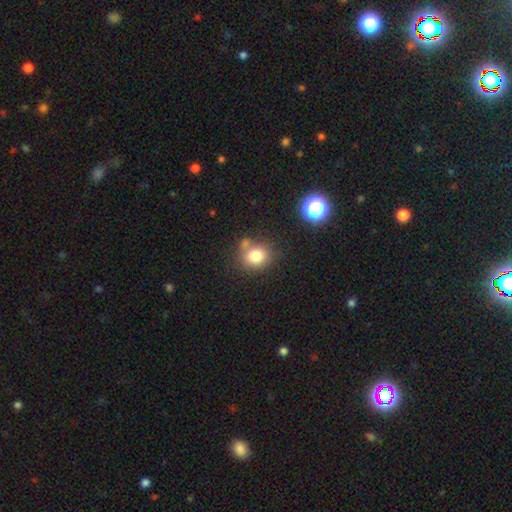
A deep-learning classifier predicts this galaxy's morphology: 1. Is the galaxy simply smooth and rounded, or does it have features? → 79% smooth, 12% star or artifact, 9% featured or disk.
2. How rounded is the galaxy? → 69% round, 30% in between, 1% cigar-shaped.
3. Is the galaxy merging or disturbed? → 64% none, 16% merger, 15% minor disturbance, 5% major disturbance.